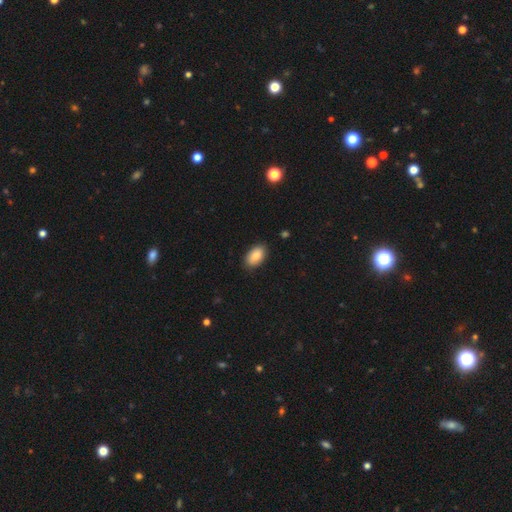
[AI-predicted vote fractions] Morphology: type=smooth (85%); roundness=in between (94%); merging=none (87%).